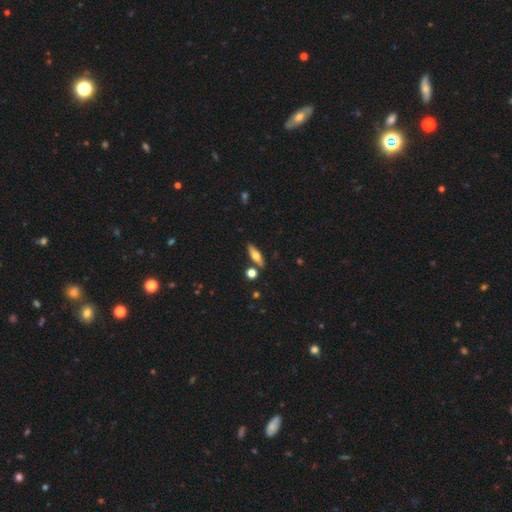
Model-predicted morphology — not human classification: A smooth galaxy with no disk features (55%) that is cigar-shaped (49%). Merging: none (82%).